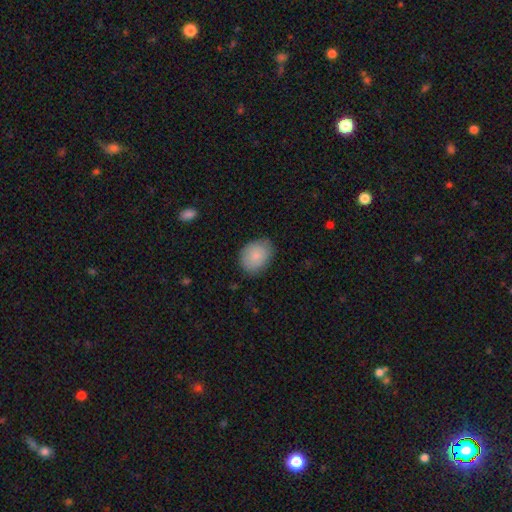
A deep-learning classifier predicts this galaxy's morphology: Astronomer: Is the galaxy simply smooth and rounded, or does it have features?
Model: smooth — 85%.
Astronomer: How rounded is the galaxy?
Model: in between — 59% (runner-up: round, 40%).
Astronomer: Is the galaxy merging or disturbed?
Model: none — 77%.